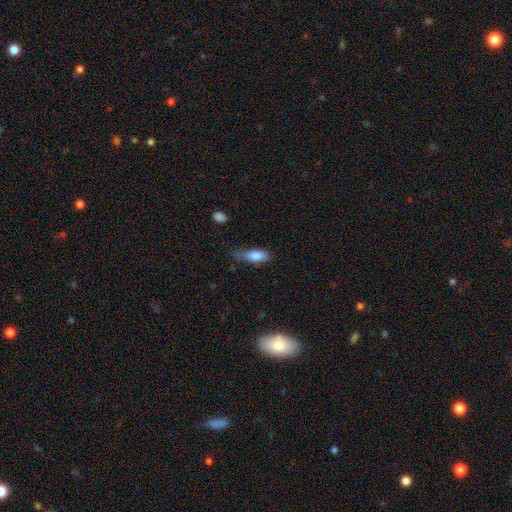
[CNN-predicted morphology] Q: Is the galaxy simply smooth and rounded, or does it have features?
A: smooth — 80%.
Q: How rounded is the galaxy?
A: in between — 71%.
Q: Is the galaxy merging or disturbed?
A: none — 42%.